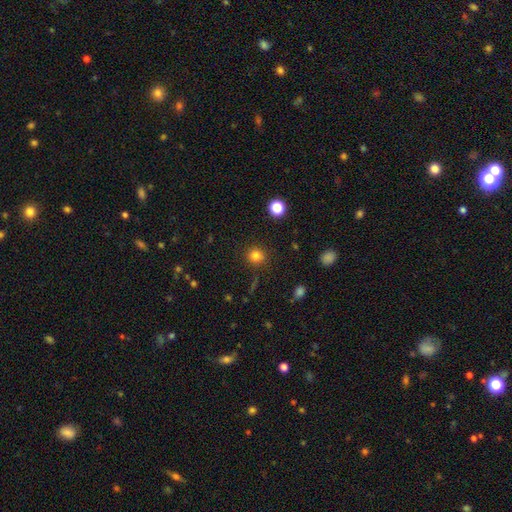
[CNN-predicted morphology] smooth-or-featured: smooth: 81% | star or artifact: 14% | featured or disk: 6%
  how-rounded: round: 88% | in between: 11% | cigar-shaped: 1%
  merging: none: 88% | minor disturbance: 7% | major disturbance: 3% | merger: 2%